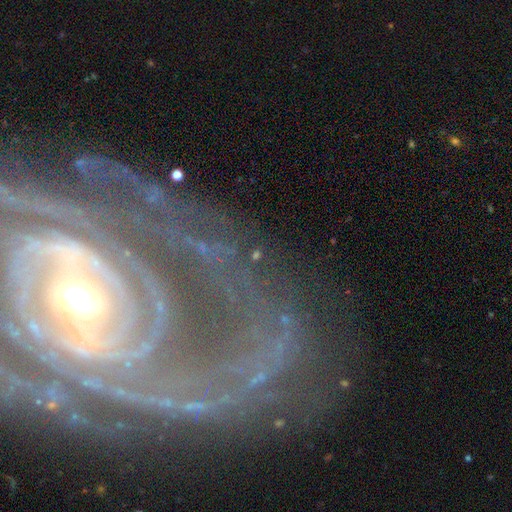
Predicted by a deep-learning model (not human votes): Smooth or featured?
  - star or artifact: 45% *
  - featured or disk: 39%
  - smooth: 16%